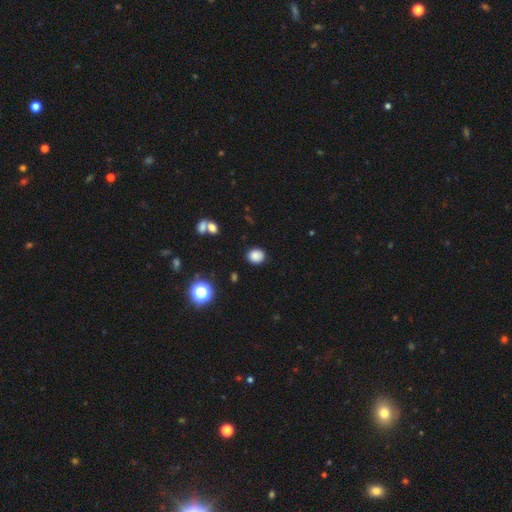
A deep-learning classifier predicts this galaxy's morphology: Smooth or featured?
  - smooth: 83% *
  - star or artifact: 12%
  - featured or disk: 5%
How rounded?
  - round: 67% *
  - in between: 32%
  - cigar-shaped: 1%
Merging?
  - none: 86% *
  - minor disturbance: 10%
  - major disturbance: 3%
  - merger: 2%